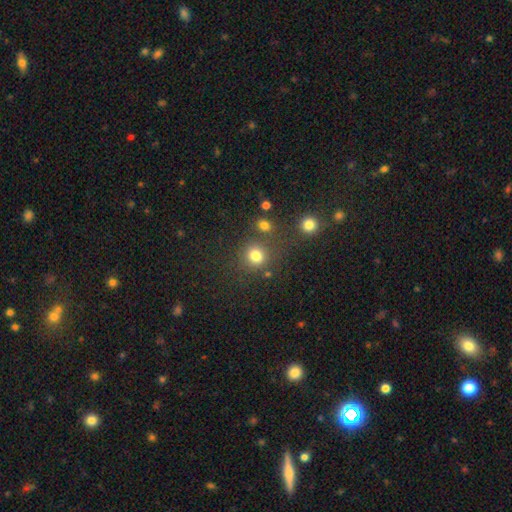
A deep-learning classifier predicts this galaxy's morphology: A smooth galaxy with no disk features (79%) that is round (83%).

Vote fractions:
- Smooth or featured? smooth: 79% / star or artifact: 15% / featured or disk: 6%
- How rounded? round: 83% / in between: 16% / cigar-shaped: 1%
- Merging? none: 72% / merger: 13% / minor disturbance: 10% / major disturbance: 5%